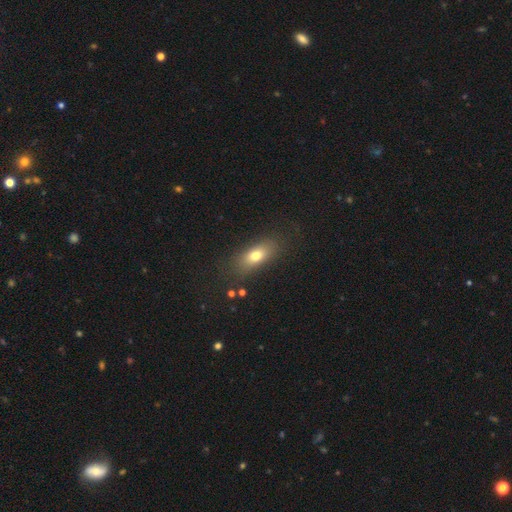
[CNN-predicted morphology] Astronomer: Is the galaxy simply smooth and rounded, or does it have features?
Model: smooth — 73%.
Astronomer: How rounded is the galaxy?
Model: in between — 77%.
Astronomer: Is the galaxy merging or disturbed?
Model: none — 79%.